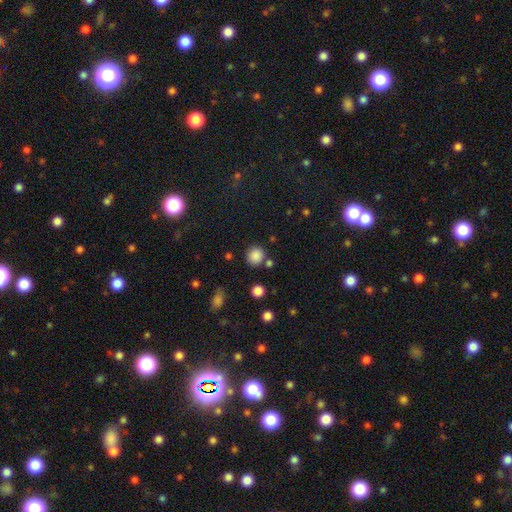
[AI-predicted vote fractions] smooth-or-featured: smooth: 85% | star or artifact: 11% | featured or disk: 4%
  how-rounded: round: 88% | in between: 11% | cigar-shaped: 1%
  merging: none: 80% | minor disturbance: 9% | merger: 7% | major disturbance: 3%